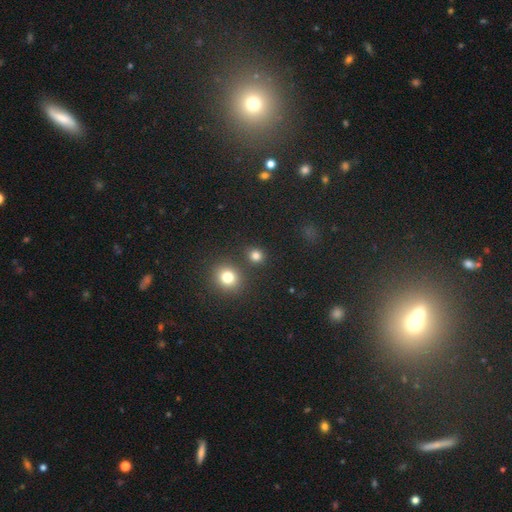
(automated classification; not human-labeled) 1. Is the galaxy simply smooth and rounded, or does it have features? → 78% smooth, 17% star or artifact, 5% featured or disk.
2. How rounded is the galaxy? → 85% round, 14% in between, 1% cigar-shaped.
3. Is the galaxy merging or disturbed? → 82% none, 9% merger, 7% minor disturbance, 3% major disturbance.